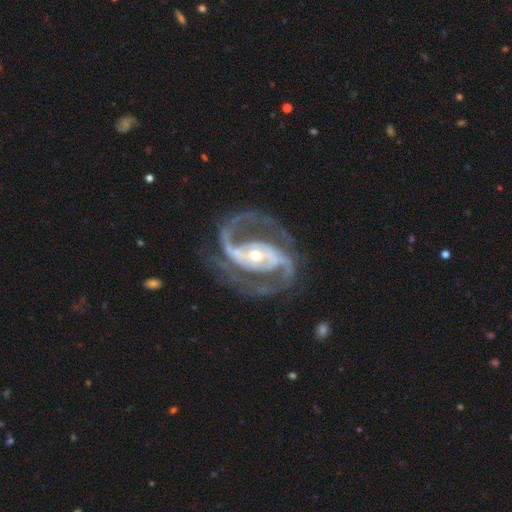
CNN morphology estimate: smooth_or_featured: featured or disk (p=0.92) [alt: star or artifact p=0.04]
disk_edge_on: no (p=0.97) [alt: yes p=0.03]
bar: no (p=0.37) [alt: weak p=0.32]
has_spiral_arms: yes (p=0.97) [alt: no p=0.03]
spiral_winding: medium (p=0.58) [alt: tight p=0.23]
spiral_arm_count: 2 (p=0.85) [alt: 3 p=0.06]
bulge_size: moderate (p=0.62) [alt: small p=0.31]
merging: none (p=0.73) [alt: minor disturbance p=0.14]